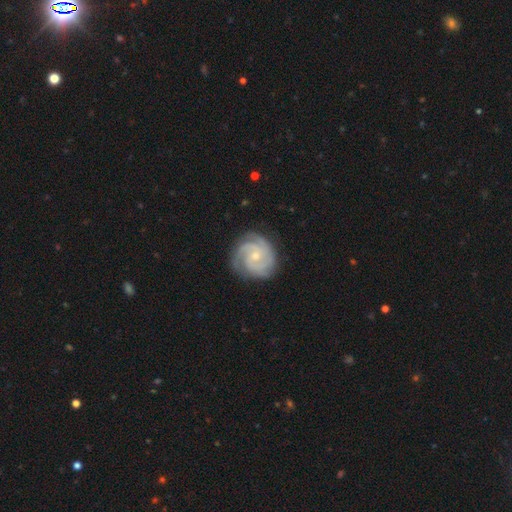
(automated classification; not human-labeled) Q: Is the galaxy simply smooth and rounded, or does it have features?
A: featured or disk — 90%.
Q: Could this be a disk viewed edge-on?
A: no — 98%.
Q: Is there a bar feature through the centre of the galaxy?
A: no — 67%.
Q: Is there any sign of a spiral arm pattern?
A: yes — 98%.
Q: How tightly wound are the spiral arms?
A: tight — 67%.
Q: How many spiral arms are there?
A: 3 — 55%.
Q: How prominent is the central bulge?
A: small — 66%.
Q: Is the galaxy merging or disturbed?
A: none — 82%.